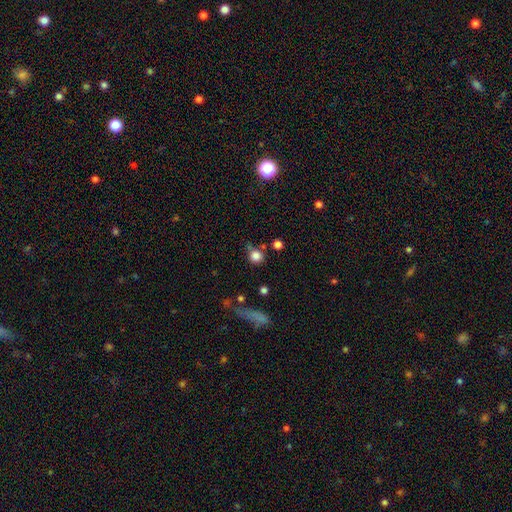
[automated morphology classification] A smooth galaxy with no disk features (81%) that is round (89%). Merging: none (63%).